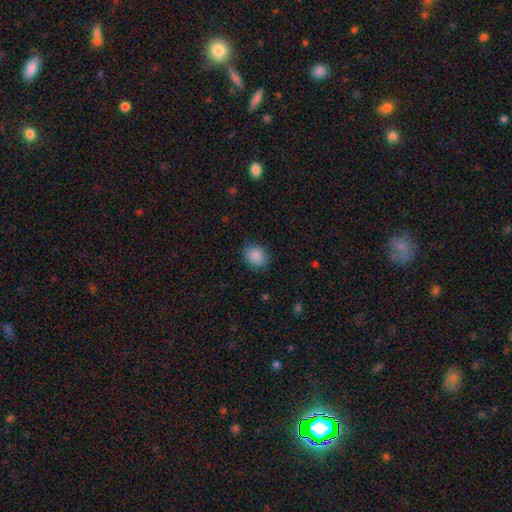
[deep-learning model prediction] smooth-or-featured: smooth: 88% | star or artifact: 8% | featured or disk: 4%
  how-rounded: round: 57% | in between: 42% | cigar-shaped: 1%
  merging: none: 85% | minor disturbance: 12% | major disturbance: 3% | merger: 1%